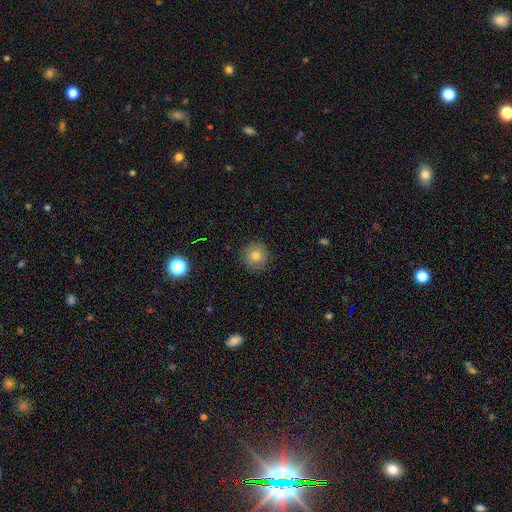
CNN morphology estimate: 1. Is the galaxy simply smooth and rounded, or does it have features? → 79% smooth, 12% star or artifact, 9% featured or disk.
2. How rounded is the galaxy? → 93% round, 6% in between, 1% cigar-shaped.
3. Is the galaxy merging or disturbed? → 89% none, 8% minor disturbance, 2% major disturbance, 1% merger.